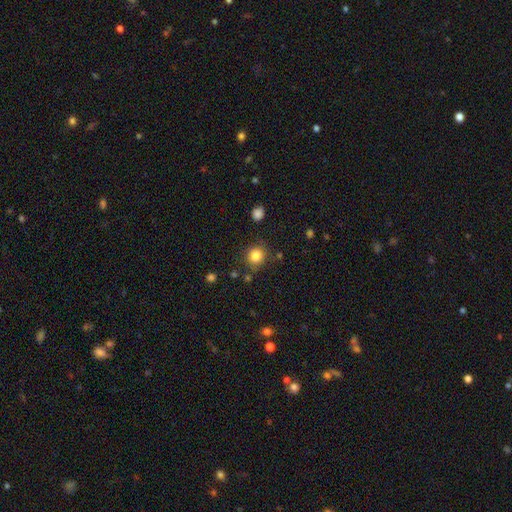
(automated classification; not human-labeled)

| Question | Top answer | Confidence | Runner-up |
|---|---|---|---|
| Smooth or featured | smooth | 84% | star or artifact (11%) |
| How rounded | round | 88% | in between (11%) |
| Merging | none | 82% | minor disturbance (10%) |